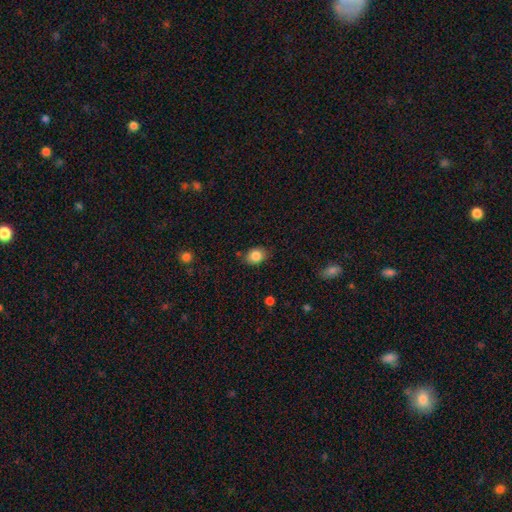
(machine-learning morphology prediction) The model was most divided on "how rounded": in between: 61%, round: 38%, cigar-shaped: 1%. More confident: smooth or featured — smooth (85%); merging — none (80%).